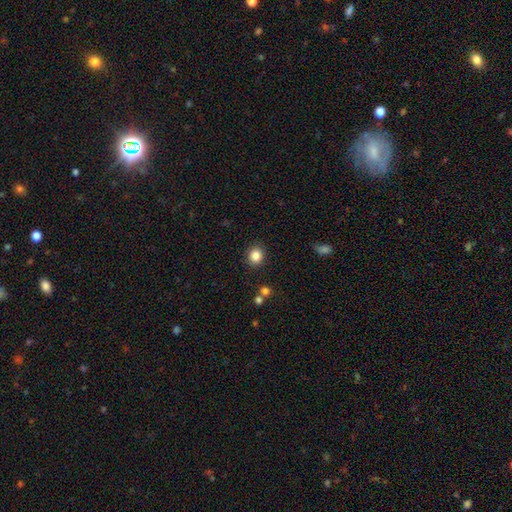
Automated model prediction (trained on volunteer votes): Overall: smooth (85%). How rounded: round (78%). Merging: none (88%).